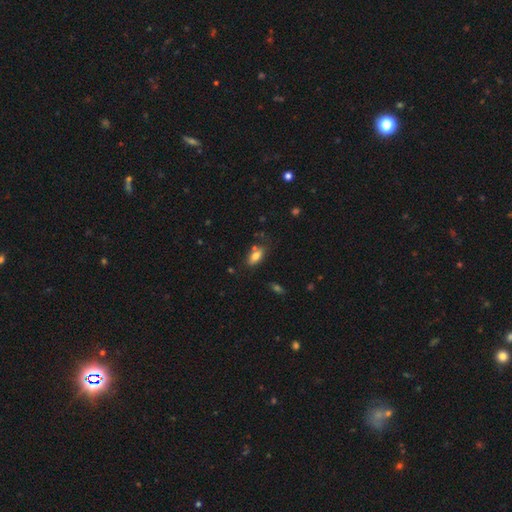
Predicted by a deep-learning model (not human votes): smooth_or_featured: smooth (p=0.78) [alt: featured or disk p=0.14]
how_rounded: in between (p=0.86) [alt: cigar-shaped p=0.10]
merging: none (p=0.71) [alt: minor disturbance p=0.17]